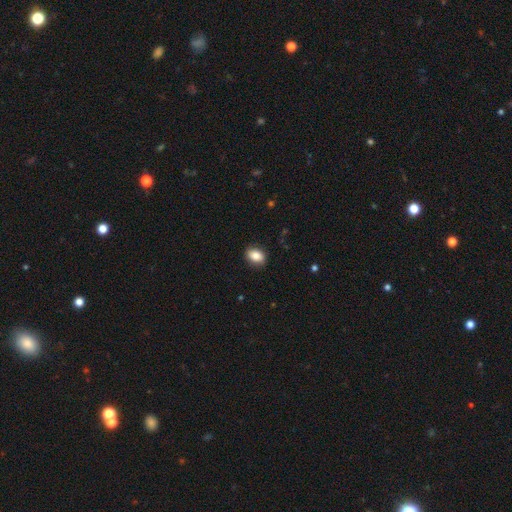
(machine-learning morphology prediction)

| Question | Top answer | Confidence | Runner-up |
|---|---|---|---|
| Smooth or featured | smooth | 85% | star or artifact (8%) |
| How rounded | in between | 74% | round (25%) |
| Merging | none | 88% | minor disturbance (9%) |